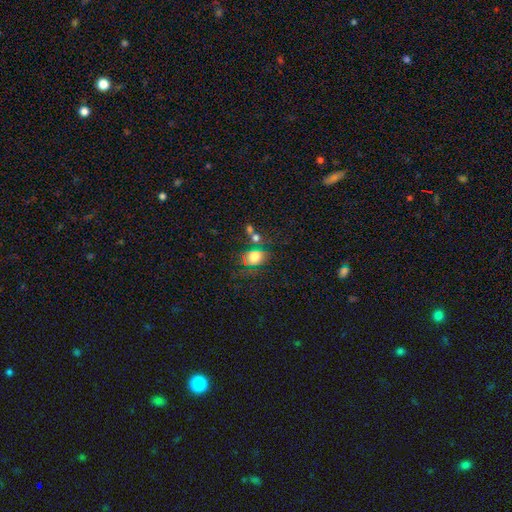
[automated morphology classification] Smooth or featured?
  - smooth: 69% *
  - star or artifact: 17%
  - featured or disk: 14%
How rounded?
  - round: 52% *
  - in between: 47%
  - cigar-shaped: 2%
Merging?
  - none: 56% *
  - minor disturbance: 17%
  - merger: 17%
  - major disturbance: 10%